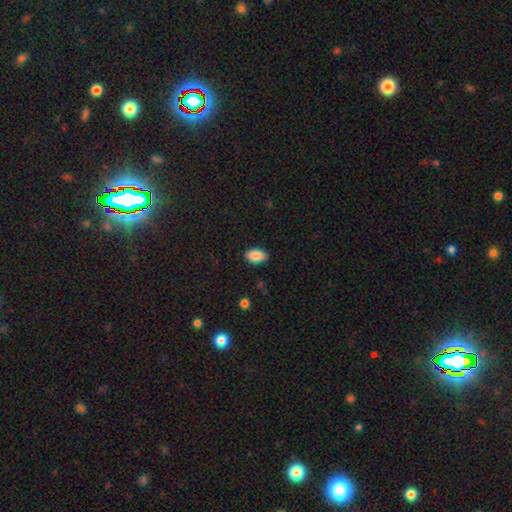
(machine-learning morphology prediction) Smooth or featured? smooth (87%)
How rounded? in between (91%)
Merging? none (87%)